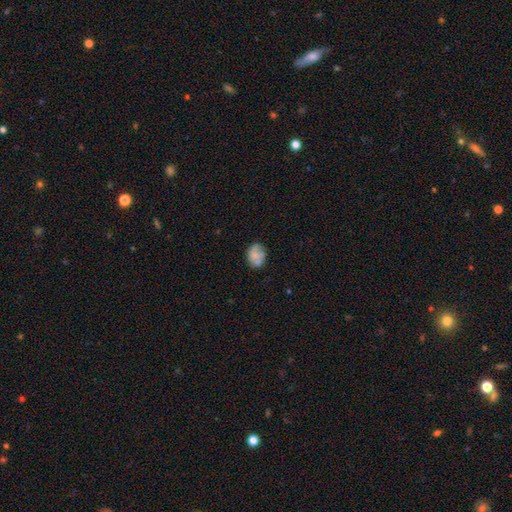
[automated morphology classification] Smooth or featured? Predicted: smooth (p=0.66). How rounded? Predicted: in between (p=0.65). Merging? Predicted: none (p=0.59).